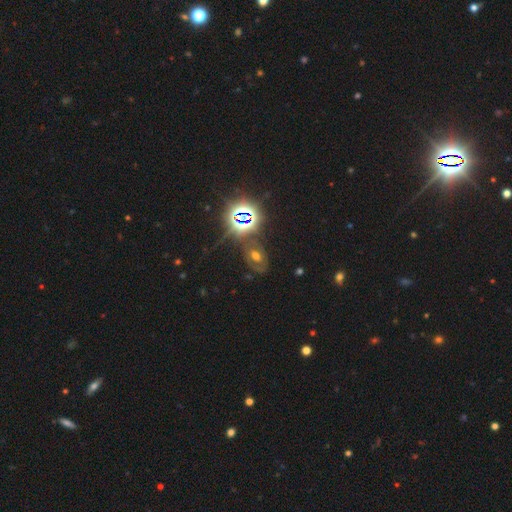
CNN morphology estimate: Smooth or featured? star or artifact (43%)